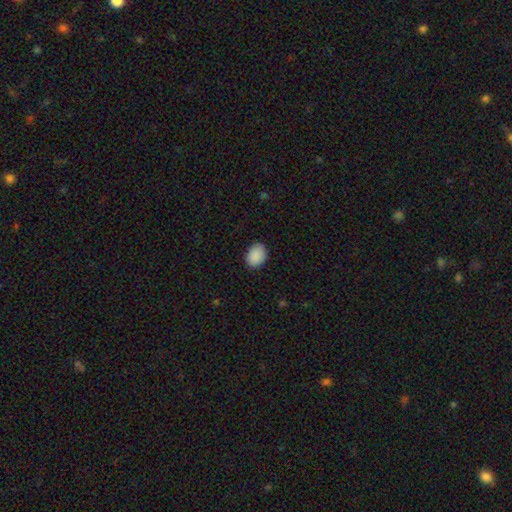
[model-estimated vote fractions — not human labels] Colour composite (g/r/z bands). It shows a smooth galaxy with no disk features (90%) that is in between round and cigar-shaped (70%). Merging: none (86%).